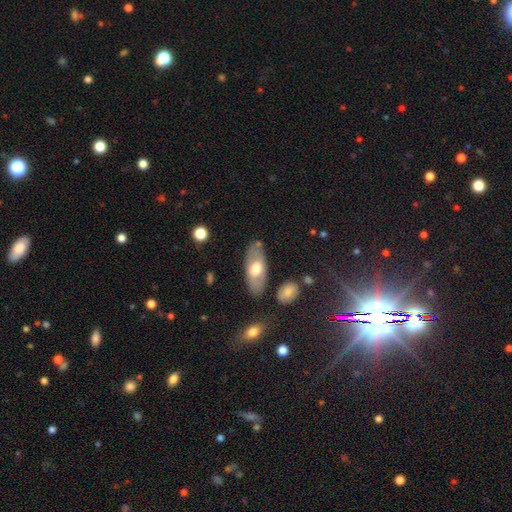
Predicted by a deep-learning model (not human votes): smooth-or-featured: smooth: 57% | featured or disk: 37% | star or artifact: 6%
  how-rounded: in between: 86% | cigar-shaped: 11% | round: 3%
  merging: none: 78% | minor disturbance: 14% | merger: 4% | major disturbance: 4%